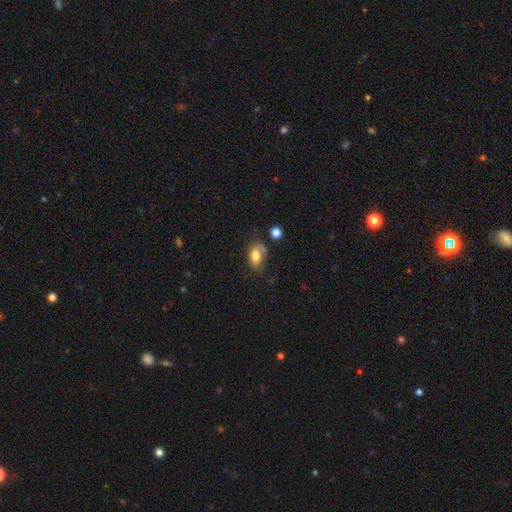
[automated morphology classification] A smooth galaxy with no disk features (77%) that is in between round and cigar-shaped (86%). Merging: none (55%).